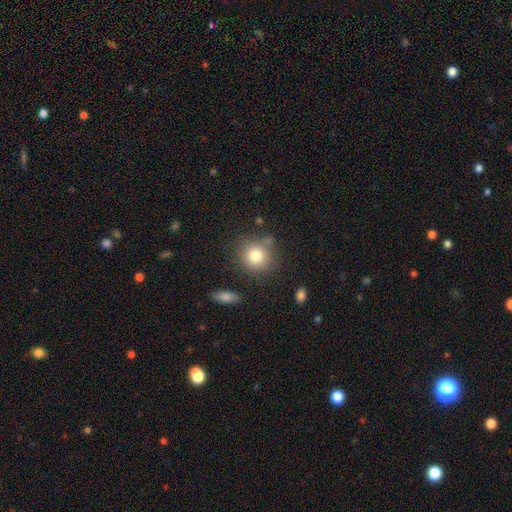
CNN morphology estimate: type=smooth (81%); roundness=round (83%); merging=none (75%).